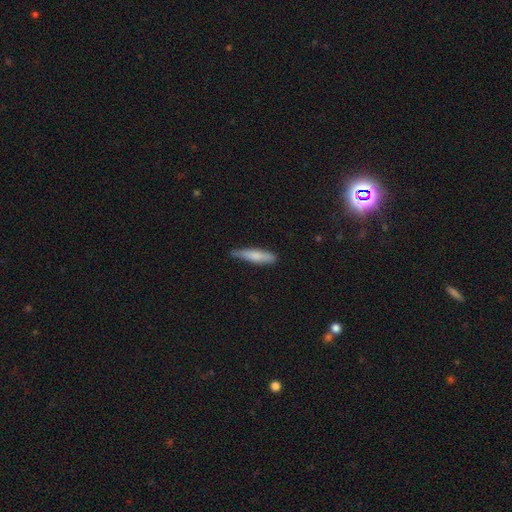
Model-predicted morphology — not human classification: Smooth or featured? Predicted: smooth (p=0.72). How rounded? Predicted: cigar-shaped (p=0.83). Merging? Predicted: none (p=0.74).